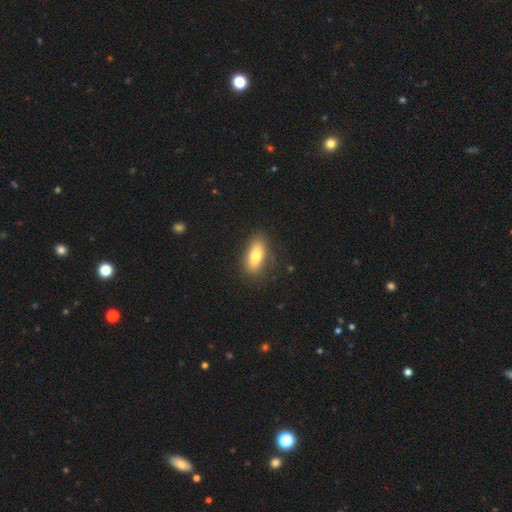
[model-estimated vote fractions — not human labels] Smooth or featured? Predicted: smooth (p=0.78). How rounded? Predicted: in between (p=0.81). Merging? Predicted: none (p=0.80).